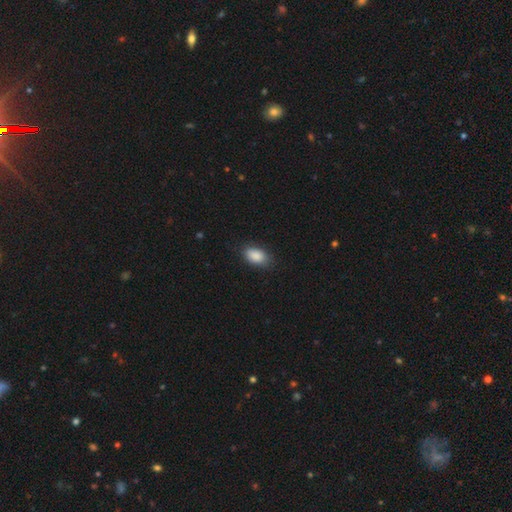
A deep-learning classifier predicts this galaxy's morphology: smooth 89%, star or artifact 7%, featured or disk 4%. Down the decision tree: how rounded — in between (91%); merging — none (81%).